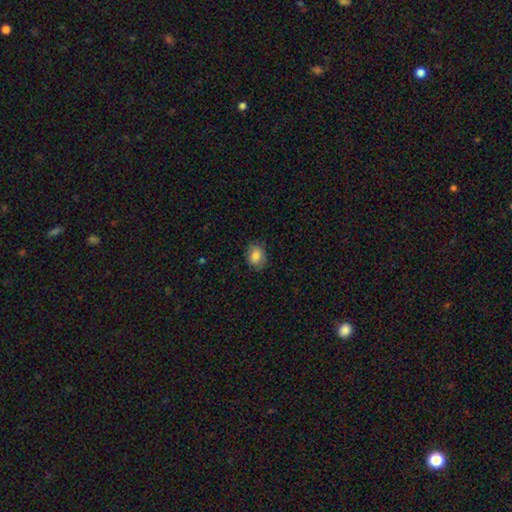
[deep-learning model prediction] Q: Smooth or featured?
A: smooth (83%); runner-up: star or artifact (8%)
Q: How rounded?
A: in between (58%); runner-up: round (41%)
Q: Merging?
A: none (81%); runner-up: minor disturbance (15%)